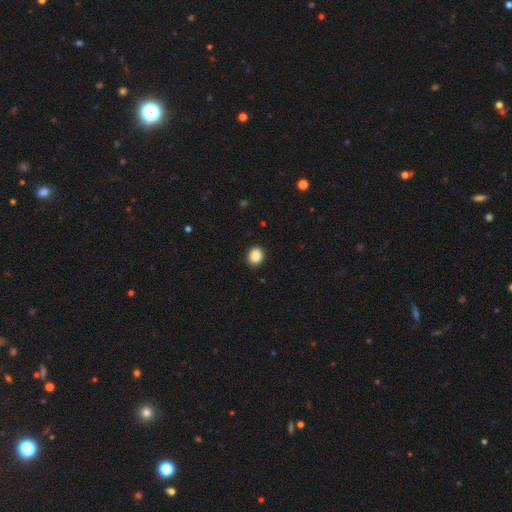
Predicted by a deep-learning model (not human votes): smooth_or_featured: smooth (p=0.88) [alt: star or artifact p=0.09]
how_rounded: round (p=0.58) [alt: in between p=0.41]
merging: none (p=0.90) [alt: minor disturbance p=0.07]